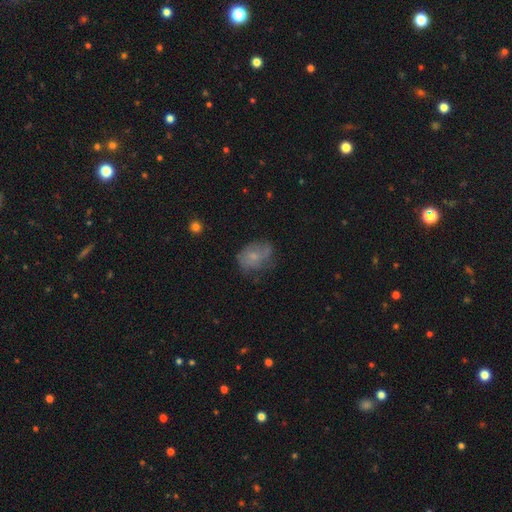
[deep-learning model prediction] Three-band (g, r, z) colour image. It shows a smooth galaxy with no disk features (58%) that is in between round and cigar-shaped (65%). Merging: none (48%).